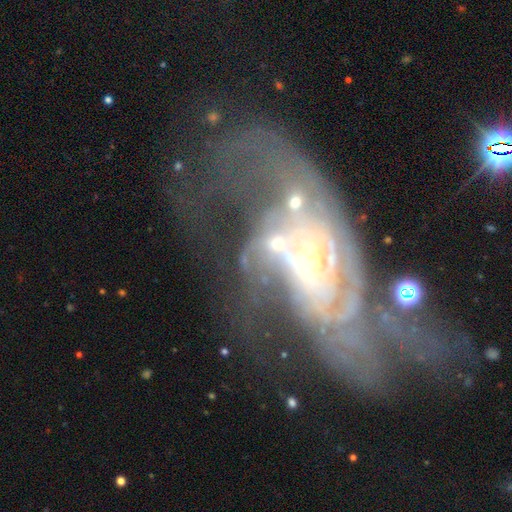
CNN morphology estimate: Smooth or featured? featured or disk (80%)
Edge-on disk? no (95%)
Bar? no (69%)
Spiral arms? yes (80%)
Spiral winding? tight (37%)
Spiral arm count? can't tell (38%)
Bulge size? small (58%)
Merging? major disturbance (44%)